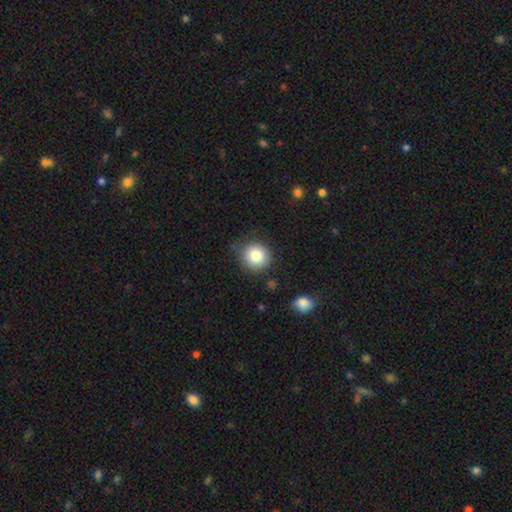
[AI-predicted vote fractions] Smooth or featured? smooth (82%)
How rounded? round (91%)
Merging? none (85%)